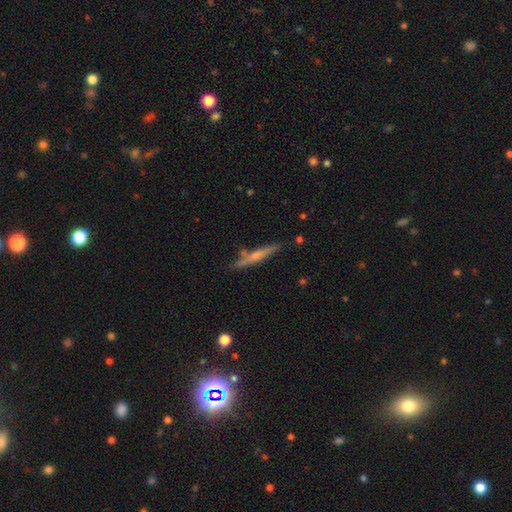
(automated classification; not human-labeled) A featured or disk galaxy (53%) viewed edge-on (95%) with a rounded central bulge (59%). Merging: none (78%).